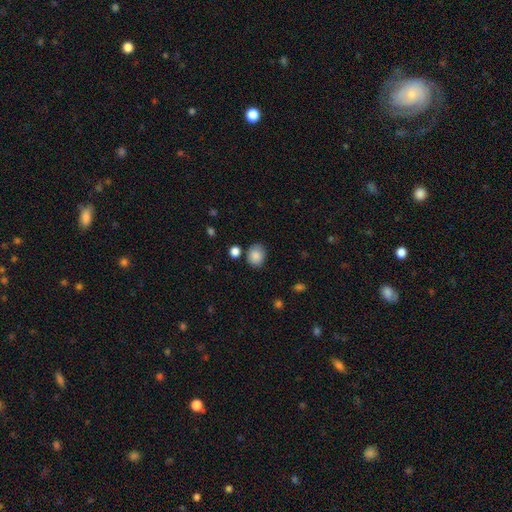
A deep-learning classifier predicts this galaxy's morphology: A smooth galaxy with no disk features (87%) that is round (65%). Merging: none (74%).